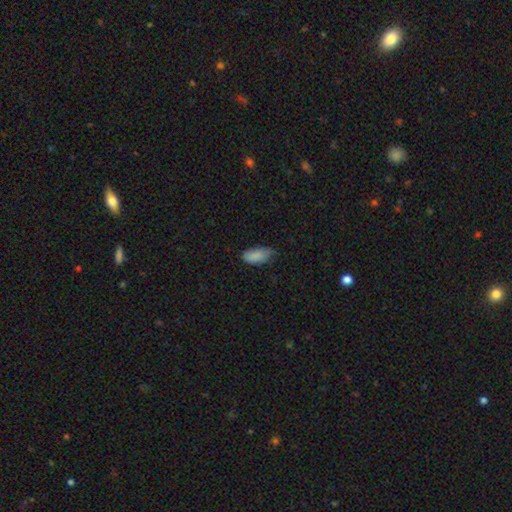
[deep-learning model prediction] Overall: smooth (86%). How rounded: in between (91%). Merging: none (49%; minor disturbance 42%).